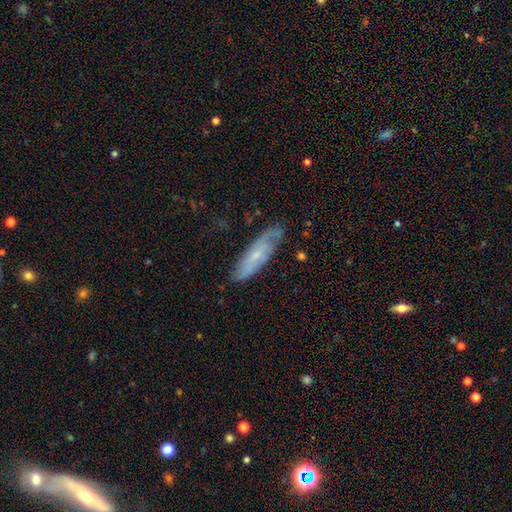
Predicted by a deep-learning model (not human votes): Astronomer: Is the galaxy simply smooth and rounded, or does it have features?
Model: featured or disk — 59% (runner-up: smooth, 34%).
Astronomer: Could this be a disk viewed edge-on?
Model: no — 74%.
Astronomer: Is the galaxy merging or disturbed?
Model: none — 72%.